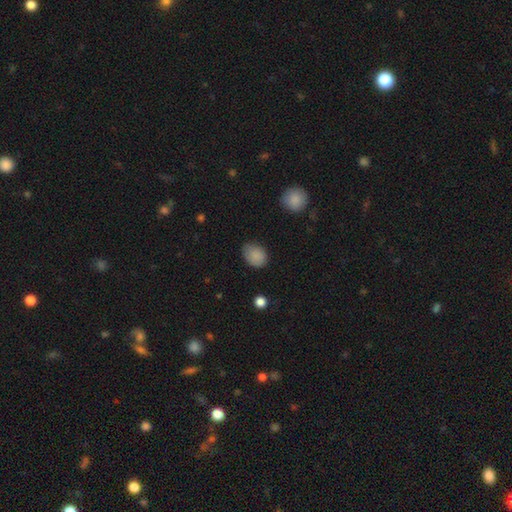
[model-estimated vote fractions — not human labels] A smooth galaxy with no disk features (86%) that is in between round and cigar-shaped (62%). Merging: none (68%).